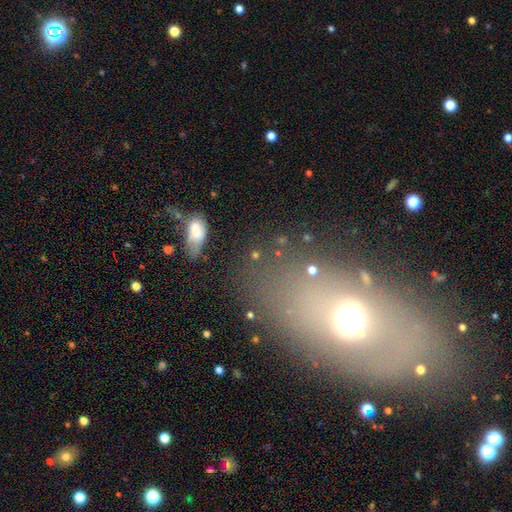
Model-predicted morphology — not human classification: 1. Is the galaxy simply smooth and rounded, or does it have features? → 52% smooth, 28% star or artifact, 19% featured or disk.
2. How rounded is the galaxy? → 67% in between, 24% round, 9% cigar-shaped.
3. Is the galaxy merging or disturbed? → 56% none, 18% minor disturbance, 14% major disturbance, 12% merger.